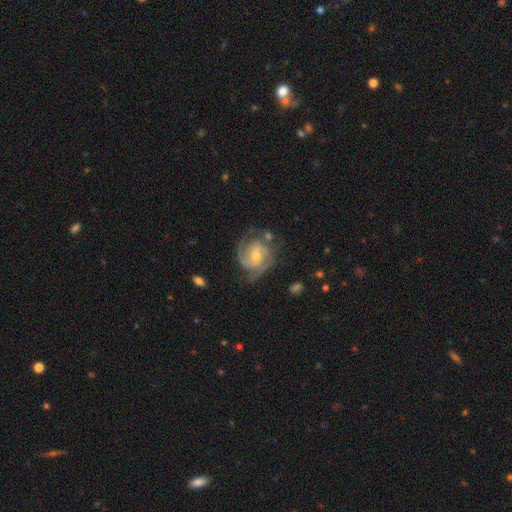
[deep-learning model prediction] Smooth or featured?
  - featured or disk: 86% *
  - smooth: 9%
  - star or artifact: 5%
Edge-on disk?
  - no: 98% *
  - yes: 2%
Bar?
  - no: 45% *
  - weak: 44%
  - strong: 11%
Spiral arms?
  - yes: 97% *
  - no: 3%
Spiral winding?
  - medium: 46% *
  - tight: 43%
  - loose: 11%
Spiral arm count?
  - 2: 52% *
  - 3: 26%
  - can't tell: 12%
  - 4: 4%
  - 1: 3%
  - more than 4: 3%
Bulge size?
  - small: 57% *
  - moderate: 38%
  - none: 2%
  - large: 2%
  - dominant: 1%
Merging?
  - none: 65% *
  - minor disturbance: 21%
  - major disturbance: 11%
  - merger: 4%